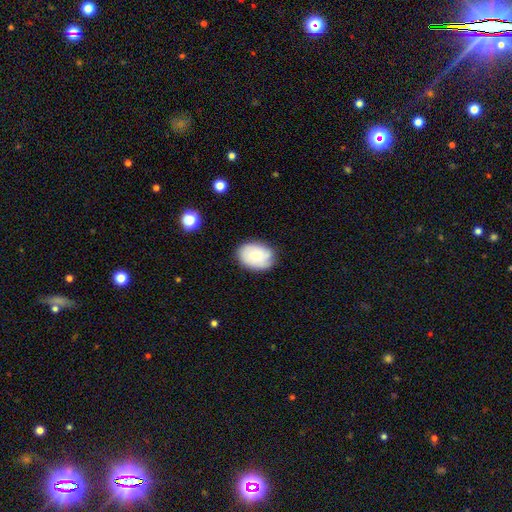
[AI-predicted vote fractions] smooth-or-featured: smooth: 66% | featured or disk: 27% | star or artifact: 7%
  how-rounded: in between: 75% | round: 24% | cigar-shaped: 1%
  merging: none: 78% | minor disturbance: 17% | major disturbance: 4% | merger: 1%